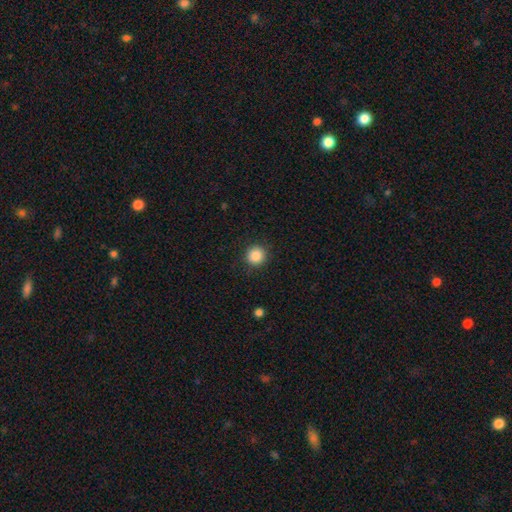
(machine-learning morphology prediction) This is clearly a smooth galaxy (87%). How rounded: clearly round (92%). Merging: clearly none (90%).